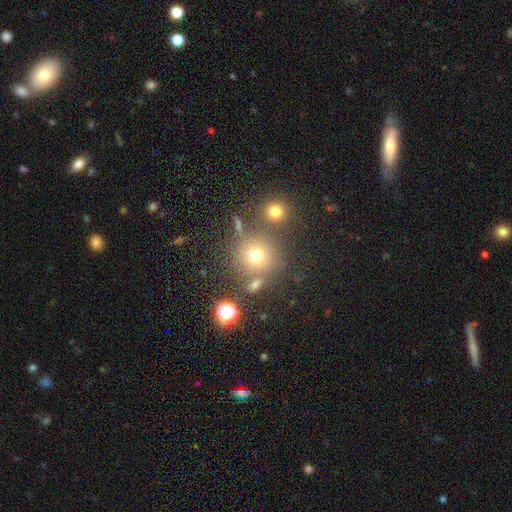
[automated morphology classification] Smooth or featured? Predicted: smooth (p=0.70). How rounded? Predicted: round (p=0.92). Merging? Predicted: none (p=0.71).